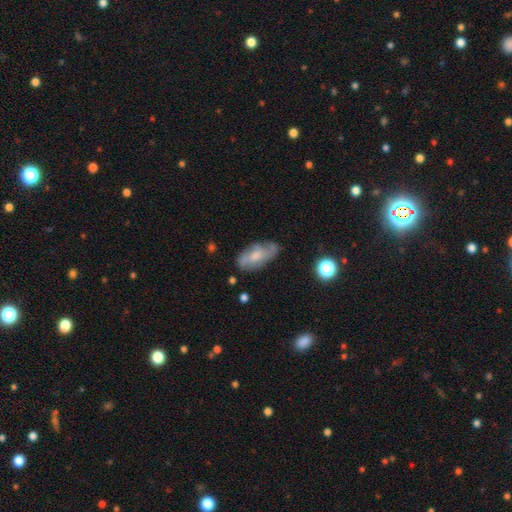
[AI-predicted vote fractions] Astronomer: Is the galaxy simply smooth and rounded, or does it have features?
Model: featured or disk — 49% (runner-up: smooth, 43%).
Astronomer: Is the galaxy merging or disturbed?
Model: none — 66%.